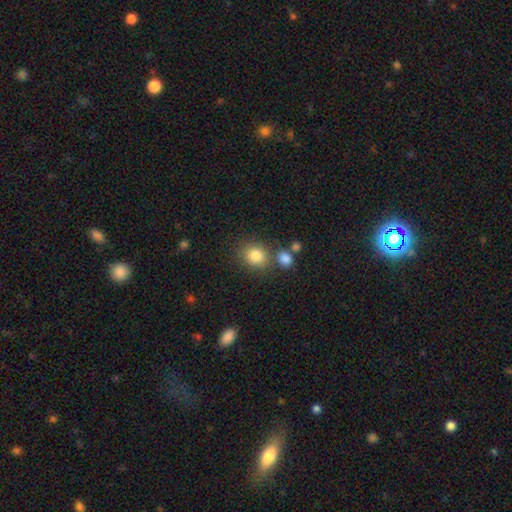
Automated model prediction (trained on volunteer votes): Smooth or featured: smooth — 83% (star or artifact — 11%)
How rounded: round — 71% (in between — 28%)
Merging: none — 69% (merger — 15%)